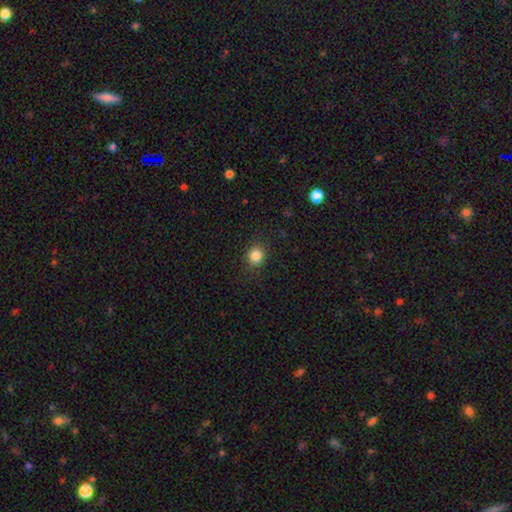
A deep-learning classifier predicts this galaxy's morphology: The model was most divided on "how rounded": round: 83%, in between: 16%, cigar-shaped: 1%. More confident: merging — none (87%); smooth or featured — smooth (85%).